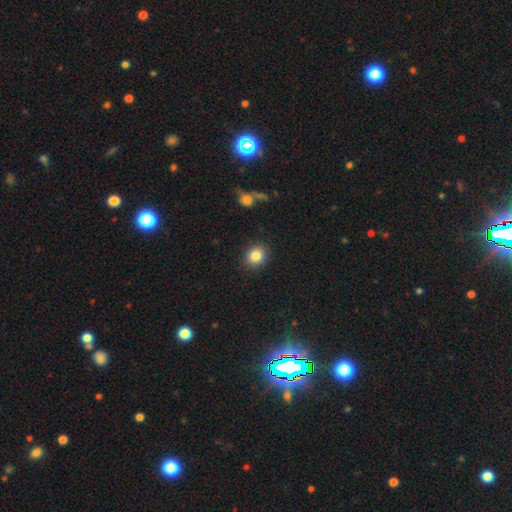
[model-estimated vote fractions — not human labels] Q: Smooth or featured?
A: smooth (84%); runner-up: star or artifact (10%)
Q: How rounded?
A: round (70%); runner-up: in between (29%)
Q: Merging?
A: none (89%); runner-up: minor disturbance (7%)